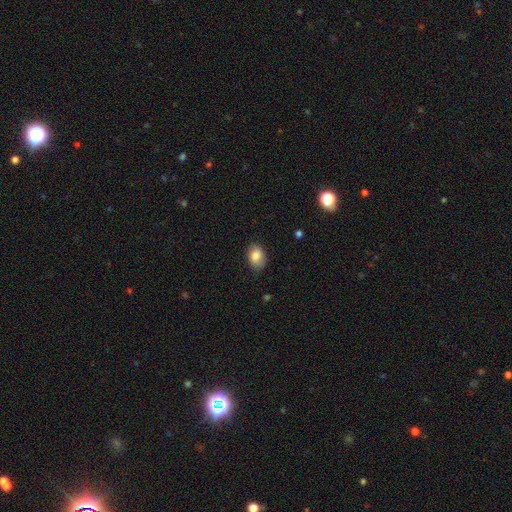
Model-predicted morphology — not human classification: smooth_or_featured: smooth (p=0.82) [alt: featured or disk p=0.10]
how_rounded: in between (p=0.77) [alt: round p=0.22]
merging: none (p=0.79) [alt: minor disturbance p=0.17]